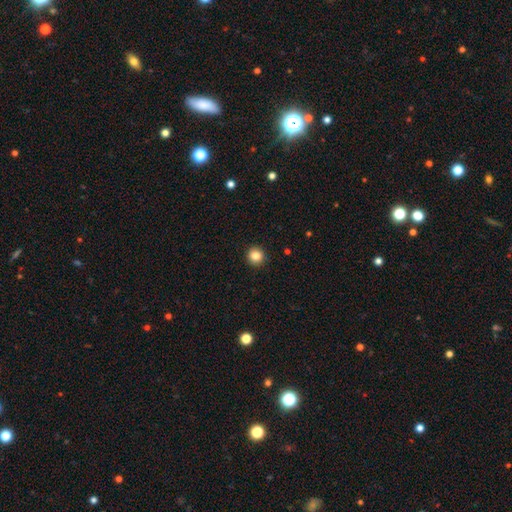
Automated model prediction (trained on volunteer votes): Smooth or featured: smooth — 84% (star or artifact — 11%)
How rounded: round — 94% (in between — 5%)
Merging: none — 93% (minor disturbance — 4%)